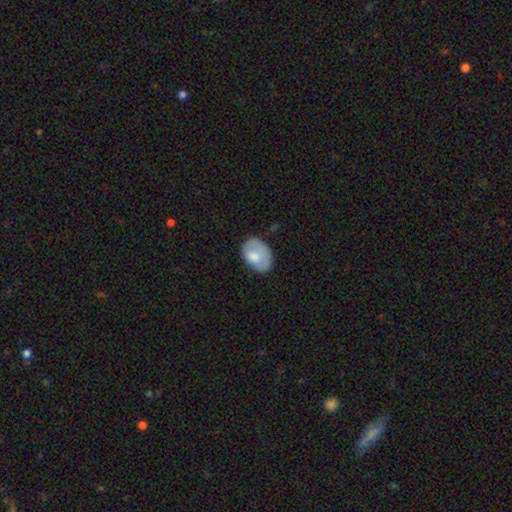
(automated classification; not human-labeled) smooth 71%, featured or disk 22%, star or artifact 7%. Down the decision tree: how rounded — in between (82%); merging — none (56%).